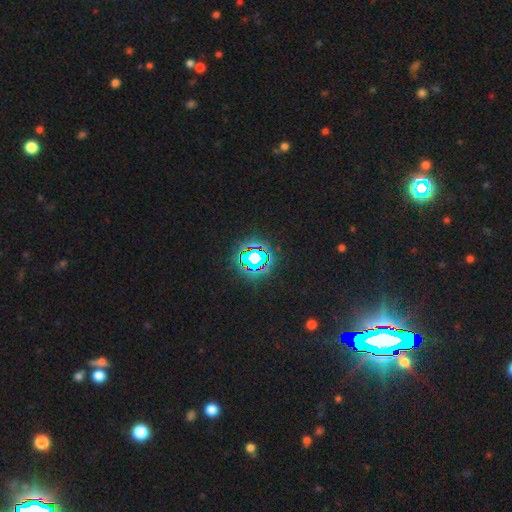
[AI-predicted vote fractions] Morphology: type=star or artifact (83%).